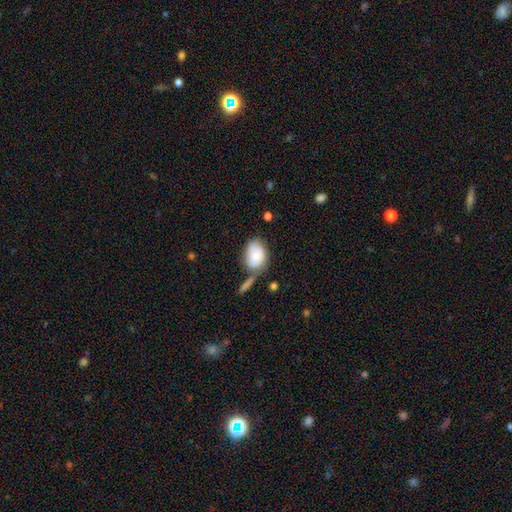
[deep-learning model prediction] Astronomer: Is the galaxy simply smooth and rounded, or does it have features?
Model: smooth — 68%.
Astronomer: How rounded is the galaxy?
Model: in between — 81%.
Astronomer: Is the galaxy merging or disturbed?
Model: none — 39% (runner-up: minor disturbance, 26%).